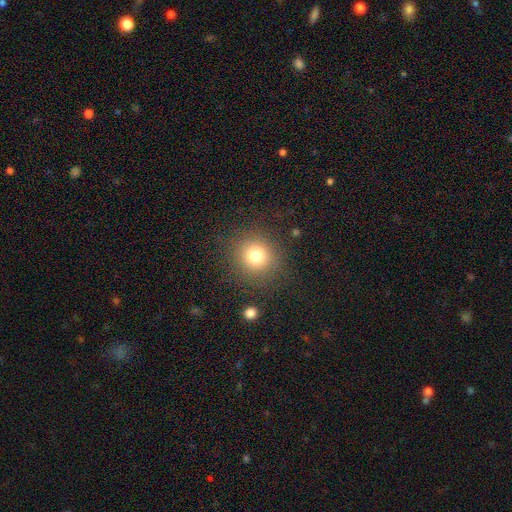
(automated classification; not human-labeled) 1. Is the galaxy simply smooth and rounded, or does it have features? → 76% smooth, 14% star or artifact, 9% featured or disk.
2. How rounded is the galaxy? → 91% round, 8% in between, 1% cigar-shaped.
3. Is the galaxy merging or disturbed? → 86% none, 8% minor disturbance, 4% major disturbance, 2% merger.